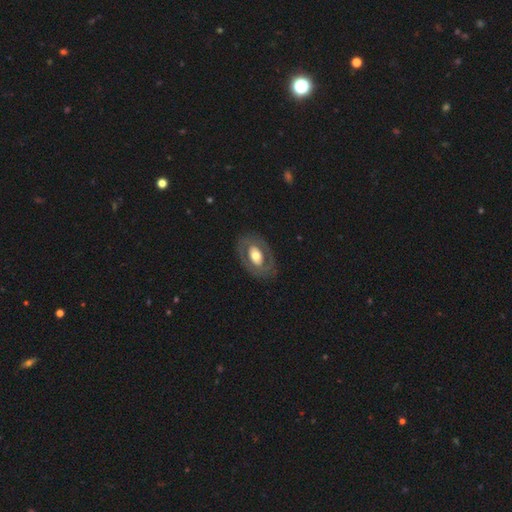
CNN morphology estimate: Smooth or featured?
  - featured or disk: 58% *
  - smooth: 37%
  - star or artifact: 5%
Edge-on disk?
  - no: 92% *
  - yes: 8%
Bar?
  - no: 71% *
  - weak: 18%
  - strong: 11%
Spiral arms?
  - no: 77% *
  - yes: 23%
Bulge size?
  - moderate: 59% *
  - large: 30%
  - small: 7%
  - dominant: 2%
  - none: 1%
Merging?
  - none: 81% *
  - minor disturbance: 12%
  - major disturbance: 6%
  - merger: 1%